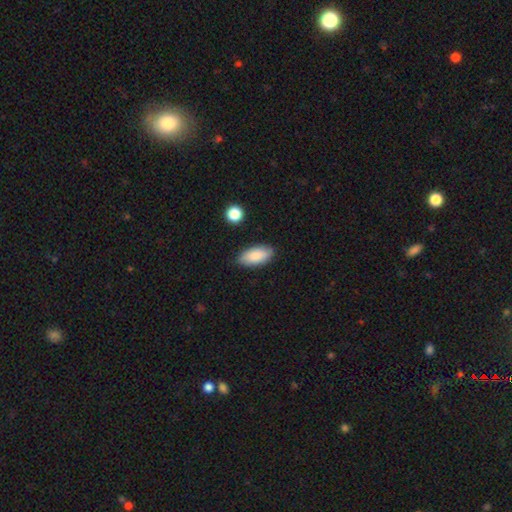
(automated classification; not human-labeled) smooth_or_featured: smooth (p=0.86) [alt: featured or disk p=0.08]
how_rounded: in between (p=0.91) [alt: cigar-shaped p=0.07]
merging: none (p=0.85) [alt: minor disturbance p=0.11]